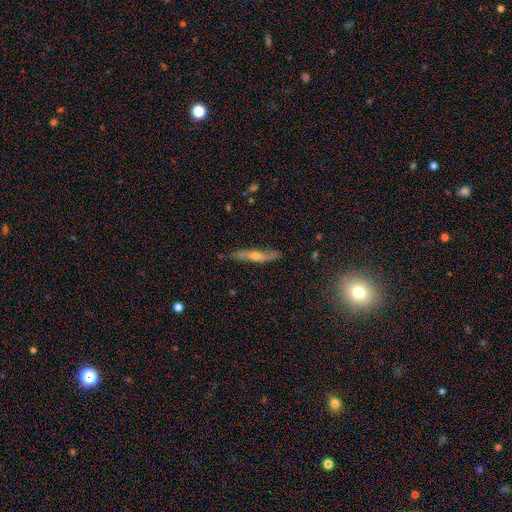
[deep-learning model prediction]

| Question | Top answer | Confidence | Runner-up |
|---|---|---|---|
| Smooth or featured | featured or disk | 59% | smooth (33%) |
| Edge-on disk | yes | 84% | no (16%) |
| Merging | none | 81% | minor disturbance (15%) |